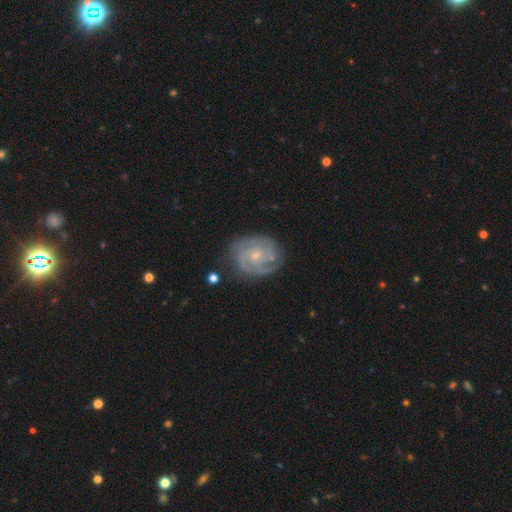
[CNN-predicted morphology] This is clearly a featured or disk galaxy (85%). It is clearly not viewed edge-on (98%). Bar: likely no (62%). Spiral arm pattern: clearly yes (97%). Spiral arm count: marginally 2 (44%). Spiral winding: likely tight (61%). Central bulge: likely small (64%). Merging: likely none (76%).